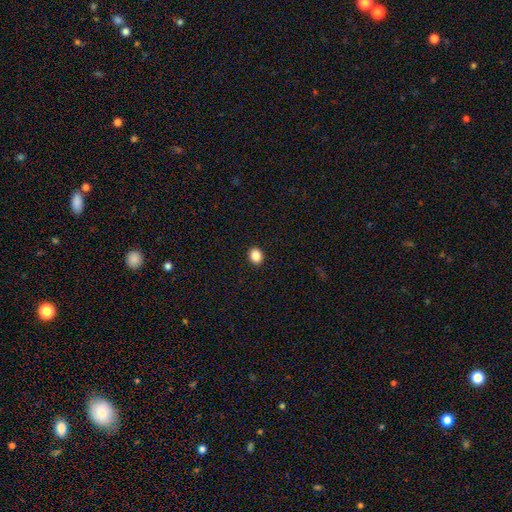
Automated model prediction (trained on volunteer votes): A smooth galaxy with no disk features (87%) that is round (54%). Merging: none (92%).